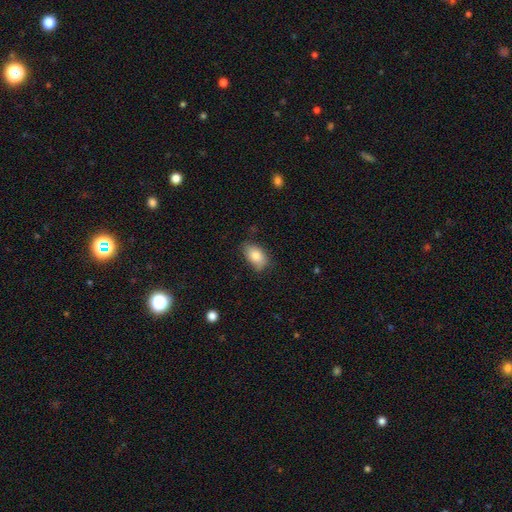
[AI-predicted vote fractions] Overall: smooth (84%). How rounded: in between (91%). Merging: none (71%).